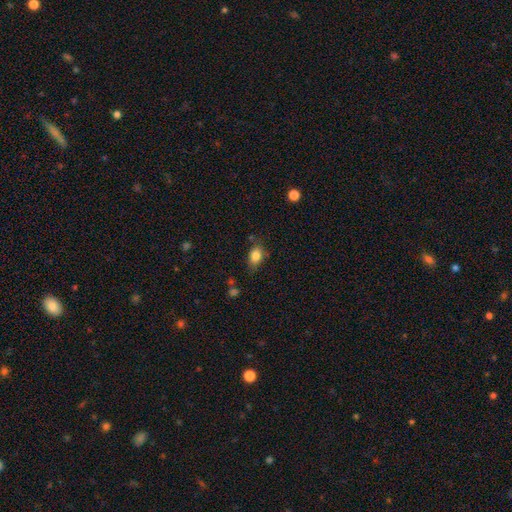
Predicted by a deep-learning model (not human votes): smooth-or-featured: smooth: 84% | star or artifact: 9% | featured or disk: 8%
  how-rounded: in between: 80% | round: 18% | cigar-shaped: 2%
  merging: none: 72% | minor disturbance: 20% | major disturbance: 5% | merger: 3%